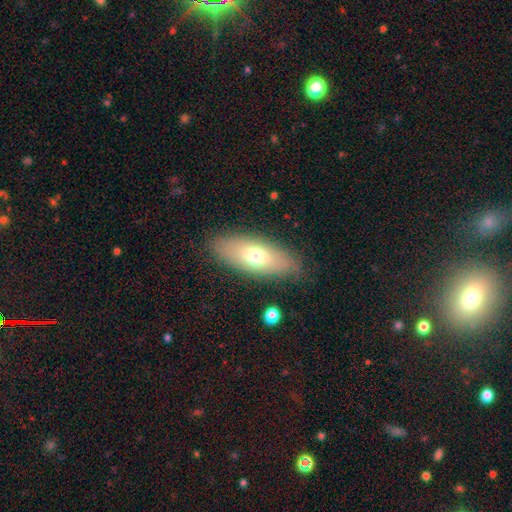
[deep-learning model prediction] smooth-or-featured: smooth: 65% | featured or disk: 28% | star or artifact: 8%
  how-rounded: in between: 76% | cigar-shaped: 20% | round: 3%
  merging: none: 82% | minor disturbance: 12% | major disturbance: 4% | merger: 2%